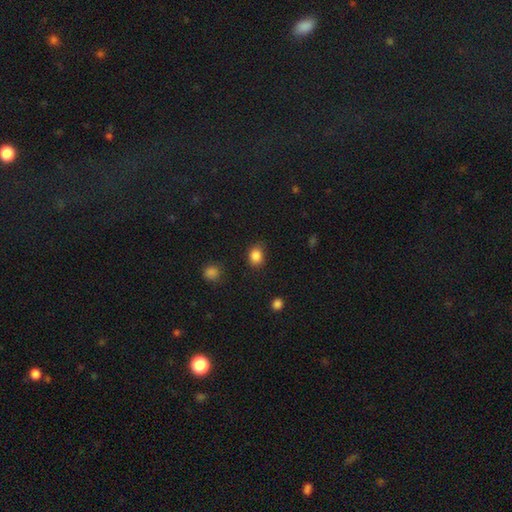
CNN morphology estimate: Smooth or featured?
  - smooth: 85% *
  - star or artifact: 11%
  - featured or disk: 4%
How rounded?
  - round: 58% *
  - in between: 41%
  - cigar-shaped: 1%
Merging?
  - none: 77% *
  - minor disturbance: 17%
  - major disturbance: 4%
  - merger: 2%